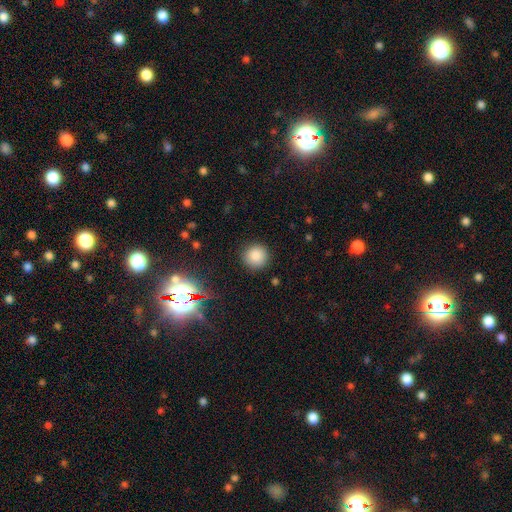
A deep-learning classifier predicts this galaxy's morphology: smooth_or_featured: smooth (p=0.84) [alt: star or artifact p=0.12]
how_rounded: round (p=0.94) [alt: in between p=0.05]
merging: none (p=0.90) [alt: minor disturbance p=0.07]